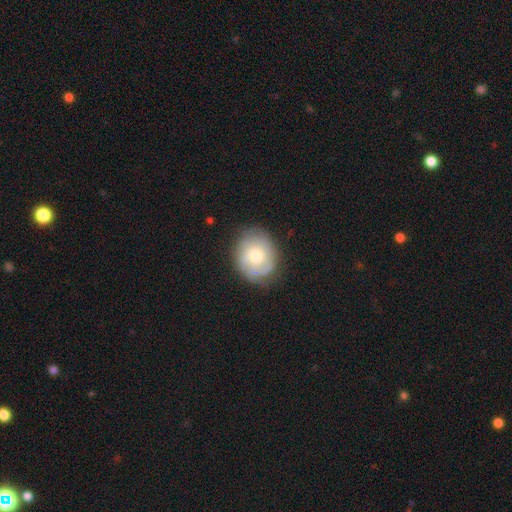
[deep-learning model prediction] Overall: smooth (49%; featured or disk 44%). Merging: none (76%).